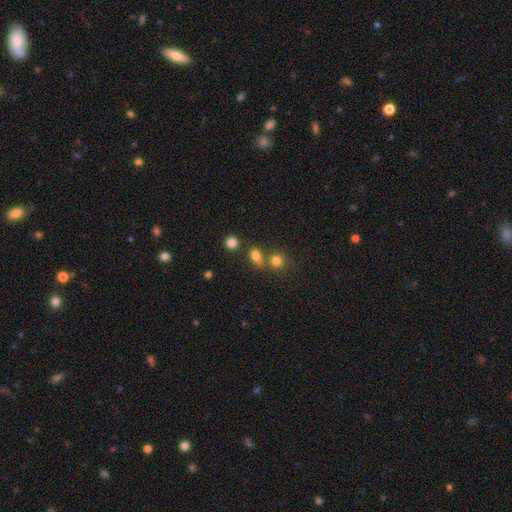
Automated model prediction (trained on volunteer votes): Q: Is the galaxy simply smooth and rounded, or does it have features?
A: smooth — 77%.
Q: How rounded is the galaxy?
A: in between — 51%.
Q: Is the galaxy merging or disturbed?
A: none — 56%.